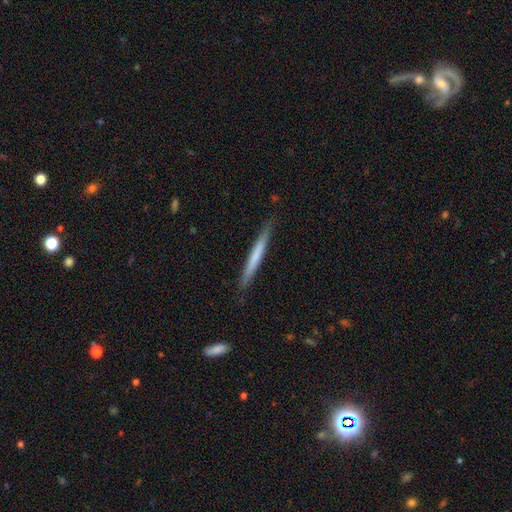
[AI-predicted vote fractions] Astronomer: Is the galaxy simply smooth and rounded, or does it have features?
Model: smooth — 57% (runner-up: featured or disk, 37%).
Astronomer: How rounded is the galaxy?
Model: cigar-shaped — 97%.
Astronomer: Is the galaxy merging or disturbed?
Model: none — 87%.